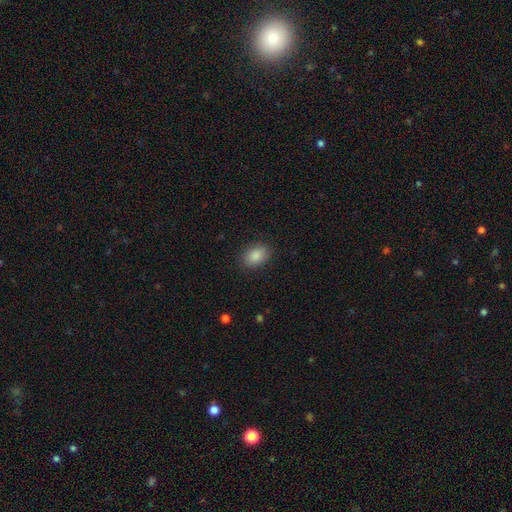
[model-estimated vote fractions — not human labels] This appears to be a smooth galaxy with no disk features (87%) that is in between round and cigar-shaped (81%). Merging: none (87%).